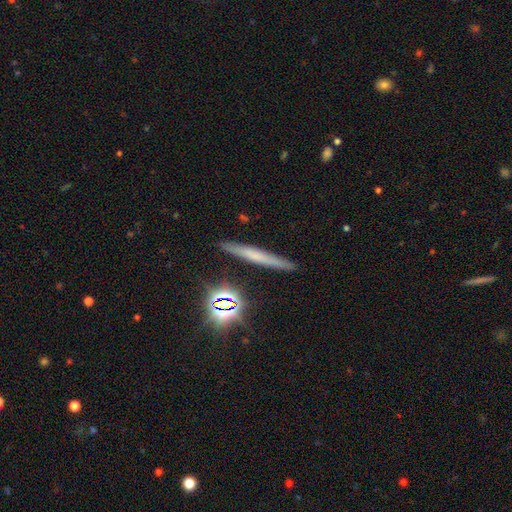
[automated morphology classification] Overall: smooth (45%; featured or disk 39%). Merging: none (89%).